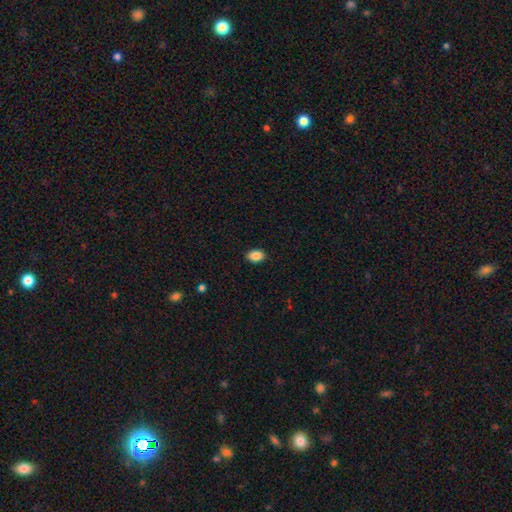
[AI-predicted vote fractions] The model was most divided on "how rounded": in between: 80%, round: 19%, cigar-shaped: 1%. More confident: merging — none (90%); smooth or featured — smooth (88%).